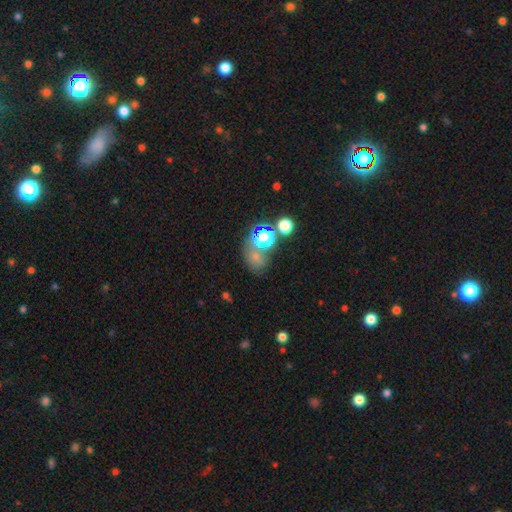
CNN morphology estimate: type=smooth (55%); roundness=round (58%); merging=none (48%).